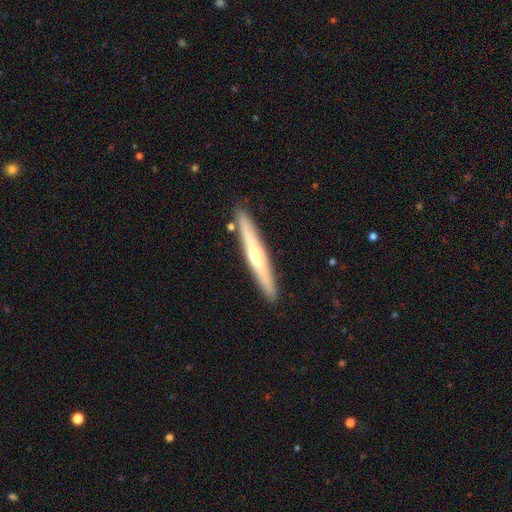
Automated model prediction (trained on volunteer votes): featured or disk 63%, smooth 31%, star or artifact 6%. Down the decision tree: edge-on disk — yes (96%); edge-on bulge — rounded (81%); merging — none (90%).